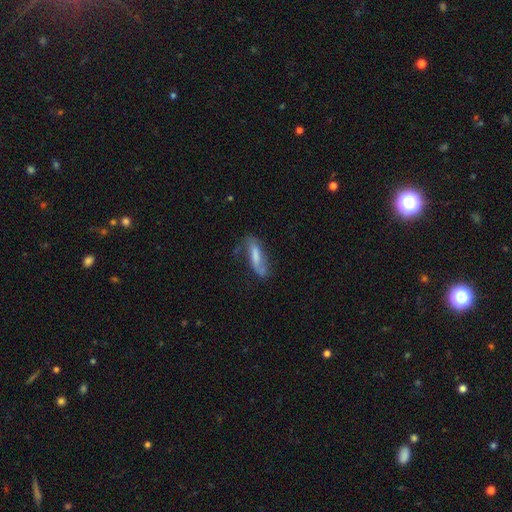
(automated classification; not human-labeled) Morphology: type=featured or disk (54%); edge-on=no (75%); merging=none (53%).